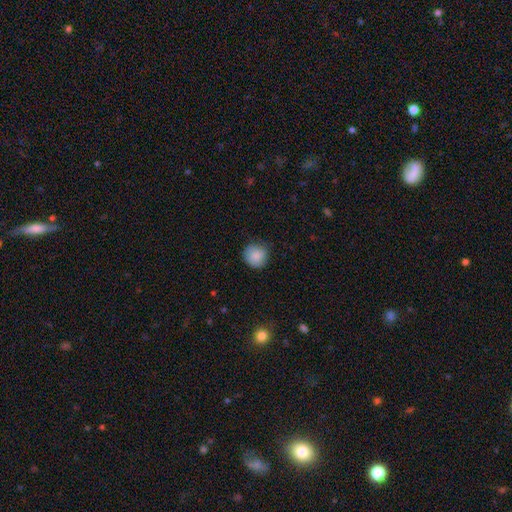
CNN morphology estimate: A smooth galaxy with no disk features (86%) that is round (91%).

Vote fractions:
- Smooth or featured? smooth: 86% / star or artifact: 7% / featured or disk: 7%
- How rounded? round: 91% / in between: 8% / cigar-shaped: 1%
- Merging? none: 78% / minor disturbance: 17% / major disturbance: 3% / merger: 1%